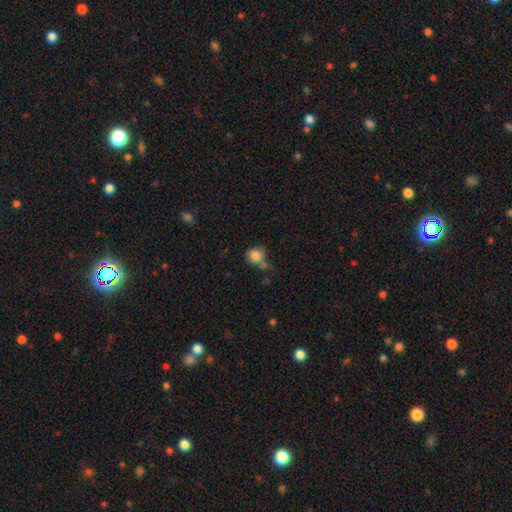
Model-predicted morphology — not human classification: A smooth galaxy with no disk features (83%) that is round (87%). Merging: none (59%).